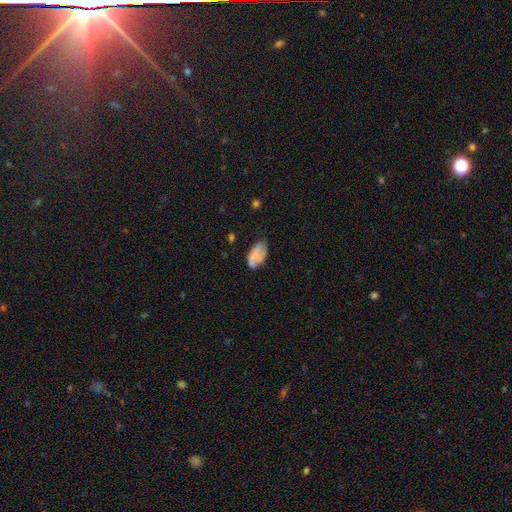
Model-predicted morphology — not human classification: Smooth or featured: smooth — 59% (featured or disk — 32%)
How rounded: in between — 93% (round — 4%)
Merging: none — 51% (minor disturbance — 32%)